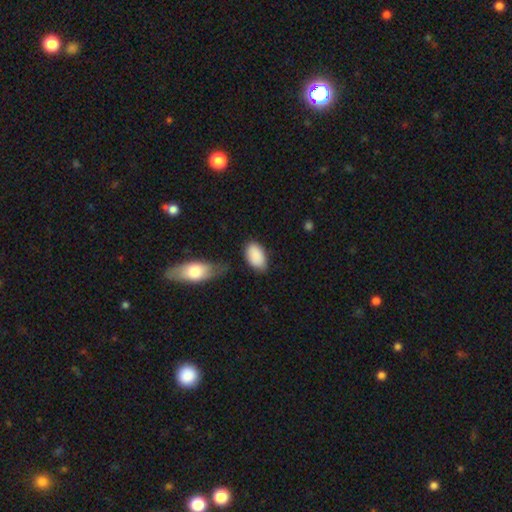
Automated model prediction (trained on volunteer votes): This appears to be a smooth galaxy with no disk features (89%) that is in between round and cigar-shaped (94%). Merging: none (64%).